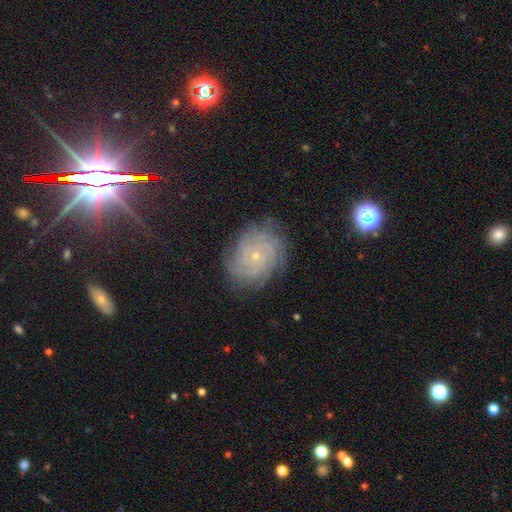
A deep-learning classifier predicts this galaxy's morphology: This is likely a featured or disk galaxy (73%). It is clearly not viewed edge-on (97%). Bar: clearly no (84%). Spiral arm pattern: clearly yes (94%). Spiral arm count: marginally can't tell (40%). Spiral winding: likely tight (78%). Central bulge: clearly small (86%). Merging: clearly none (80%).